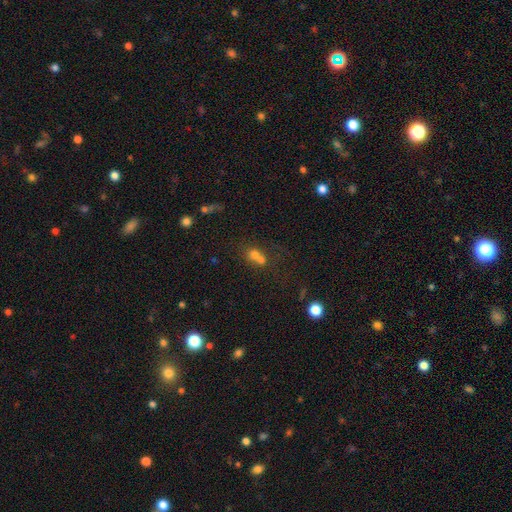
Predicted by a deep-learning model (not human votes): Smooth or featured? Predicted: smooth (p=0.62). How rounded? Predicted: round (p=0.71). Merging? Predicted: merger (p=0.56).